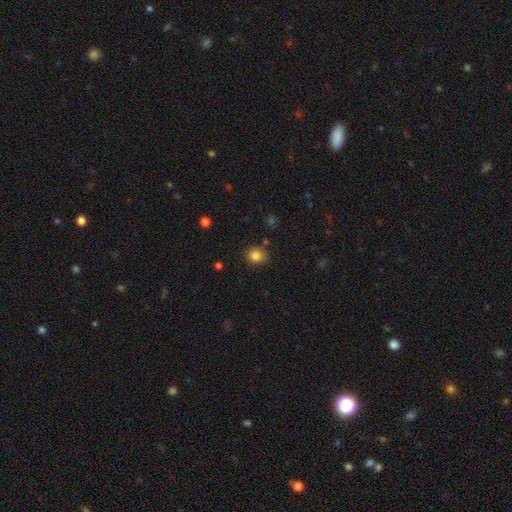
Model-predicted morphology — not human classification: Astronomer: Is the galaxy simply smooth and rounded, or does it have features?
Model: smooth — 83%.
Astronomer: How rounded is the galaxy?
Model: round — 62%.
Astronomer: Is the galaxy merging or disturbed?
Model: none — 83%.